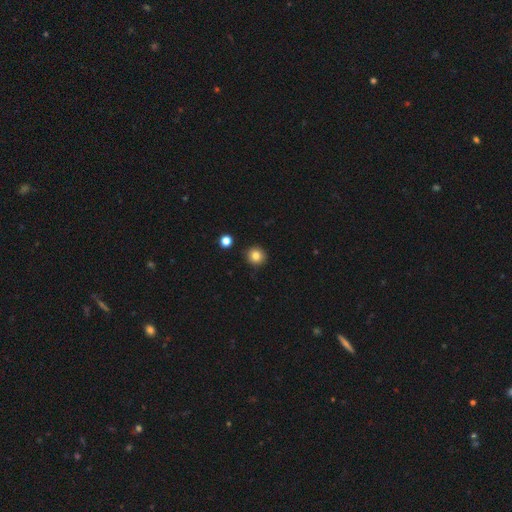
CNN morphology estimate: The model was most divided on "smooth or featured": smooth: 82%, star or artifact: 11%, featured or disk: 7%. More confident: how rounded — round (93%); merging — none (91%).